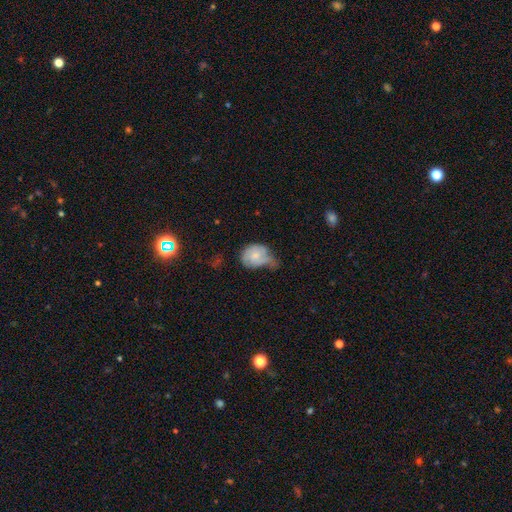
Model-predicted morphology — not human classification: Smooth or featured? Predicted: smooth (p=0.62). How rounded? Predicted: in between (p=0.51). Merging? Predicted: minor disturbance (p=0.44).